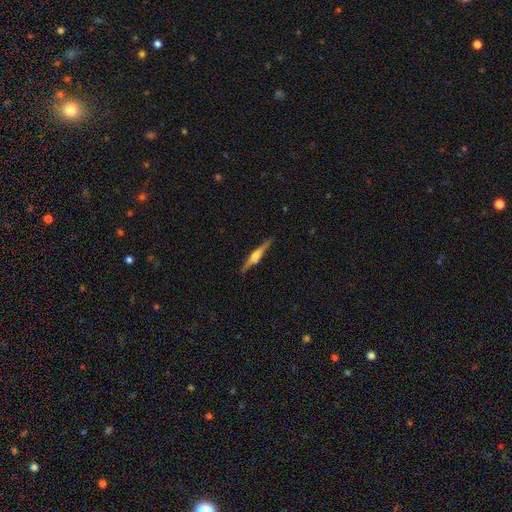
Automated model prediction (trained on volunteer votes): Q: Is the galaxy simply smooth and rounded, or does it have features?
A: featured or disk — 76%.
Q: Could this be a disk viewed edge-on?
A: yes — 98%.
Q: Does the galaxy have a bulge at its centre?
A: rounded — 85%.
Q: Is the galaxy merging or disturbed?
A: none — 88%.